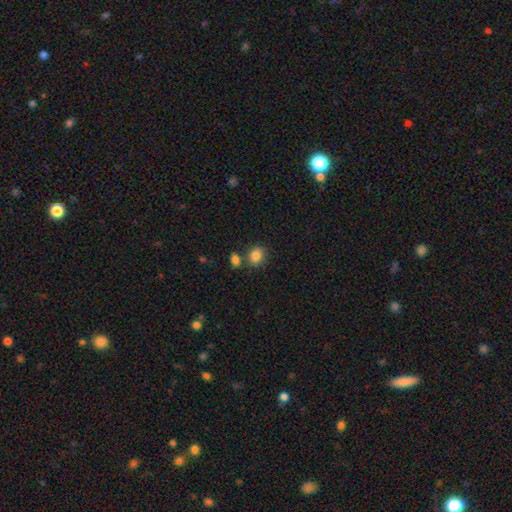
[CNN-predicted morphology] Smooth or featured?
  - smooth: 85% *
  - star or artifact: 10%
  - featured or disk: 6%
How rounded?
  - round: 57% *
  - in between: 42%
  - cigar-shaped: 1%
Merging?
  - none: 70% *
  - merger: 17%
  - minor disturbance: 11%
  - major disturbance: 3%